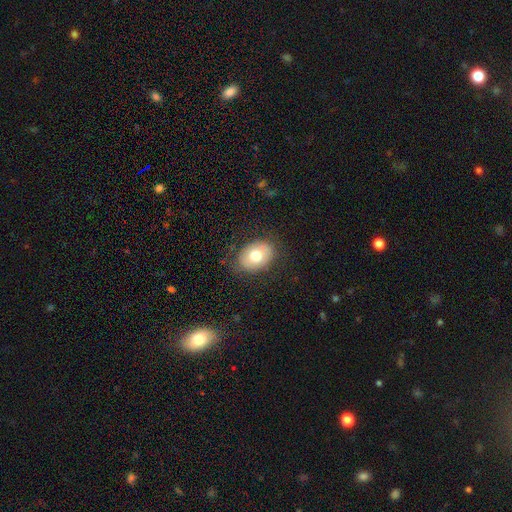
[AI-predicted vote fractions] Smooth or featured: smooth — 71% (featured or disk — 21%)
How rounded: in between — 72% (round — 27%)
Merging: none — 82% (minor disturbance — 13%)